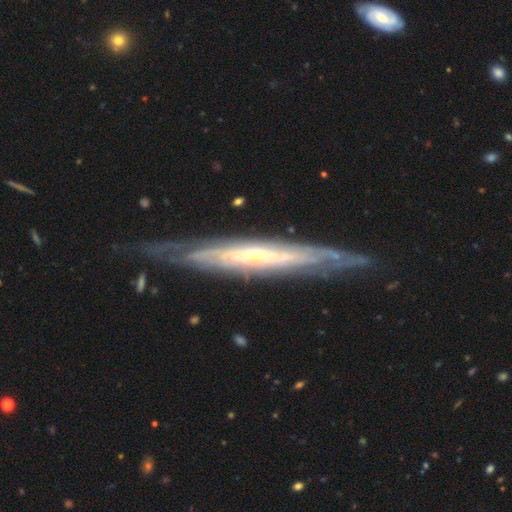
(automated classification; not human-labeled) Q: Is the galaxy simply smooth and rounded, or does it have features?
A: featured or disk — 84%.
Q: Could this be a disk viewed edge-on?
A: yes — 62%.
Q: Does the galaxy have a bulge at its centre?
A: none — 50%.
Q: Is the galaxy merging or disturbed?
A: none — 75%.